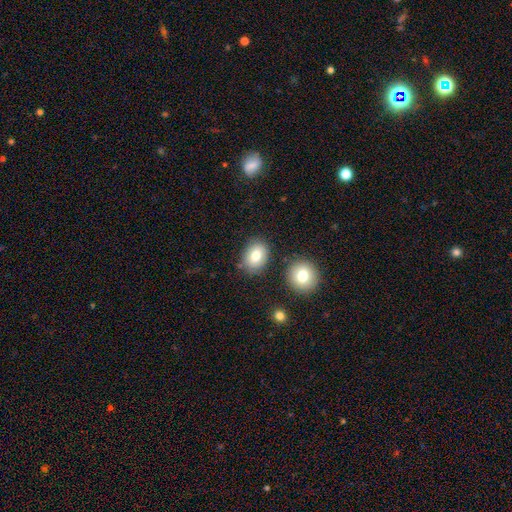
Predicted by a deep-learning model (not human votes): Morphology: type=smooth (78%); roundness=in between (60%); merging=none (77%).